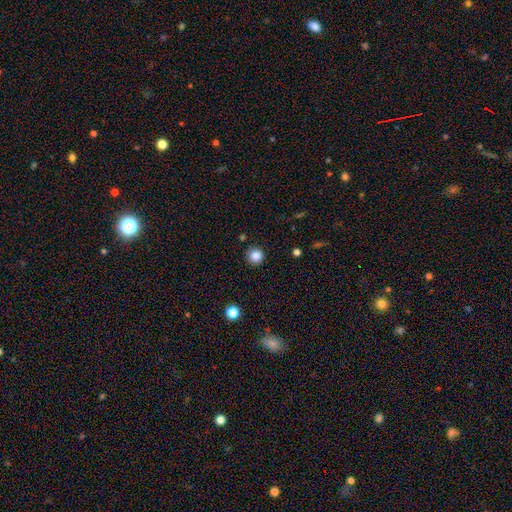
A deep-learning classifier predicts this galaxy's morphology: Q: Smooth or featured?
A: smooth (85%); runner-up: star or artifact (11%)
Q: How rounded?
A: round (95%); runner-up: in between (4%)
Q: Merging?
A: none (90%); runner-up: minor disturbance (7%)